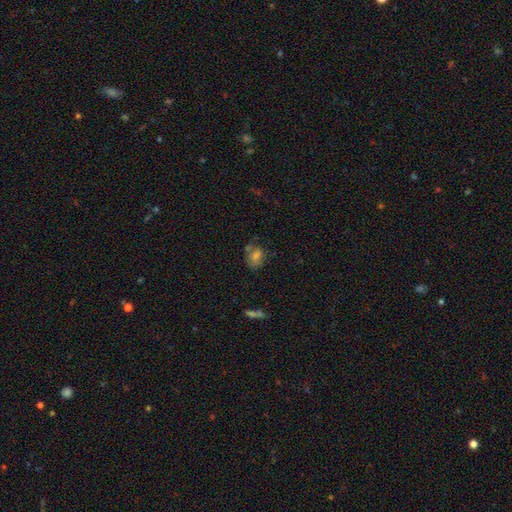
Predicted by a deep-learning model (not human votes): smooth_or_featured: smooth (p=0.56) [alt: featured or disk p=0.23]
how_rounded: in between (p=0.57) [alt: round p=0.41]
merging: none (p=0.61) [alt: minor disturbance p=0.21]